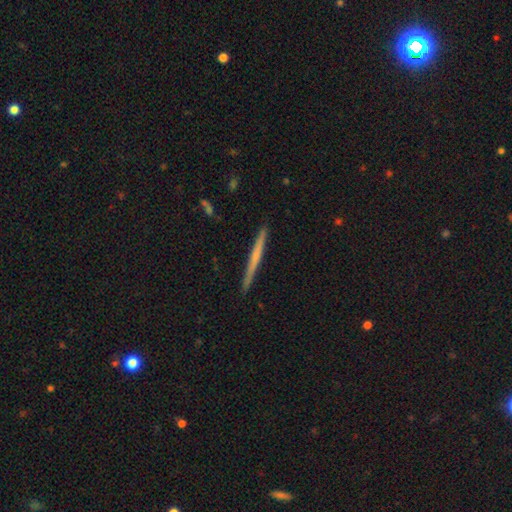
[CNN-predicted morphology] A featured or disk galaxy (53%) viewed edge-on (98%) with no central bulge (74%). Merging: none (92%).